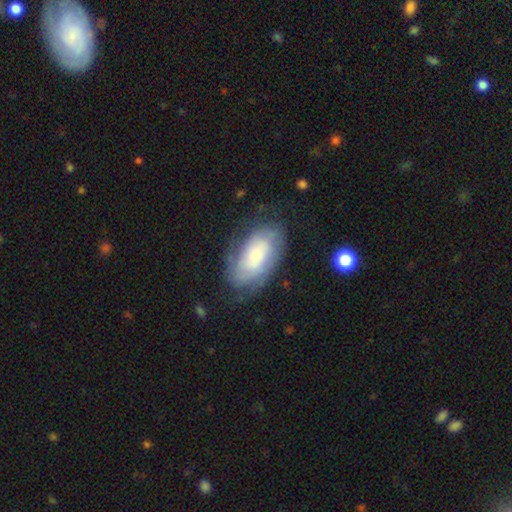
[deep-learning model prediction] Smooth or featured? Predicted: featured or disk (p=0.55). Edge-on disk? Predicted: no (p=0.94). Bar? Predicted: no (p=0.73). Spiral arms? Predicted: yes (p=0.82). Bulge size? Predicted: small (p=0.50). Merging? Predicted: none (p=0.68).